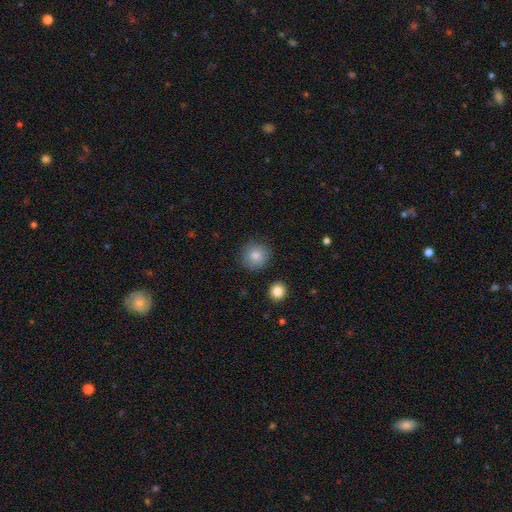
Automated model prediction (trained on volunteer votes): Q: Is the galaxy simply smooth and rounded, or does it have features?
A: smooth — 84%.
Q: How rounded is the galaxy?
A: round — 92%.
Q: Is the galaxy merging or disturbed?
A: none — 87%.